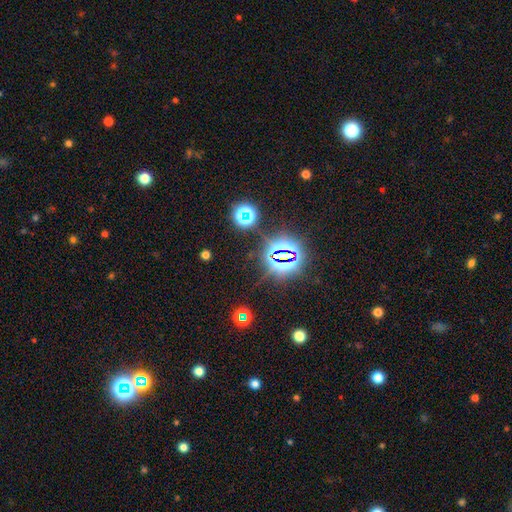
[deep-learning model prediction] A star or artifact, not a galaxy (80%).

Vote fractions:
- Smooth or featured? star or artifact: 80% / smooth: 13% / featured or disk: 7%